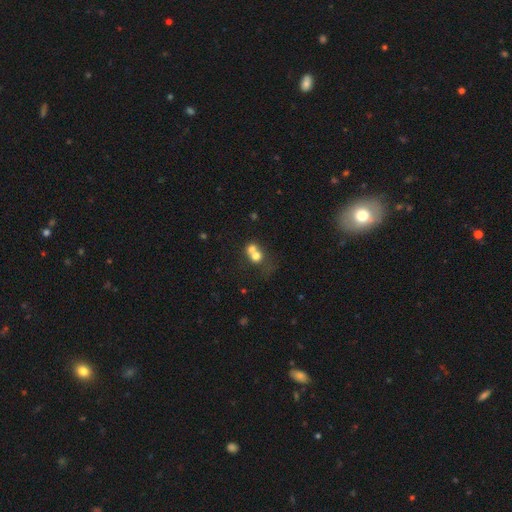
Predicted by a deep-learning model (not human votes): smooth_or_featured: smooth (p=0.65) [alt: featured or disk p=0.22]
how_rounded: round (p=0.75) [alt: in between p=0.24]
merging: merger (p=0.66) [alt: none p=0.24]